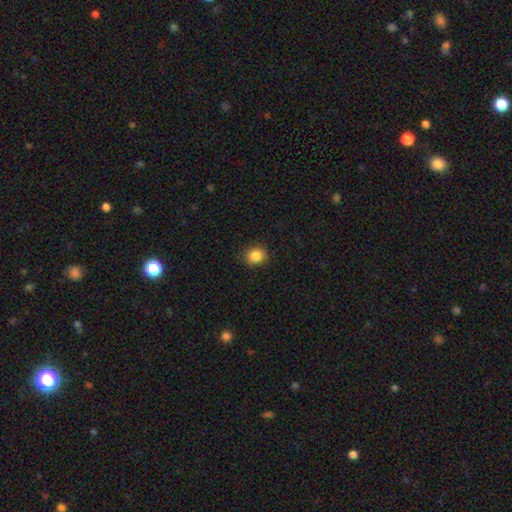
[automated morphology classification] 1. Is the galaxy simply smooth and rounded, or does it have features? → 86% smooth, 10% star or artifact, 4% featured or disk.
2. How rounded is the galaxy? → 73% round, 26% in between, 1% cigar-shaped.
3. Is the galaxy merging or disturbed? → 86% none, 10% minor disturbance, 3% major disturbance, 1% merger.